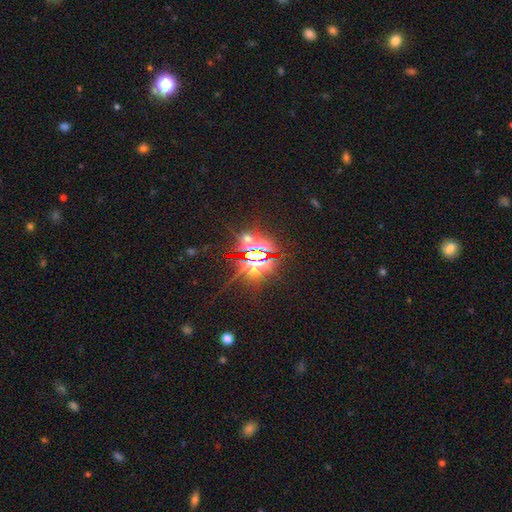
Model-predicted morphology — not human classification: This is clearly a star or artifact rather than a galaxy (81%).